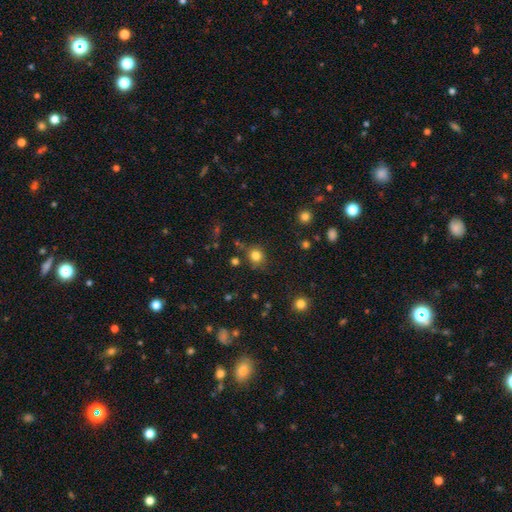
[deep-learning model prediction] This is clearly a smooth galaxy (81%). How rounded: clearly round (83%). Merging: likely none (77%).